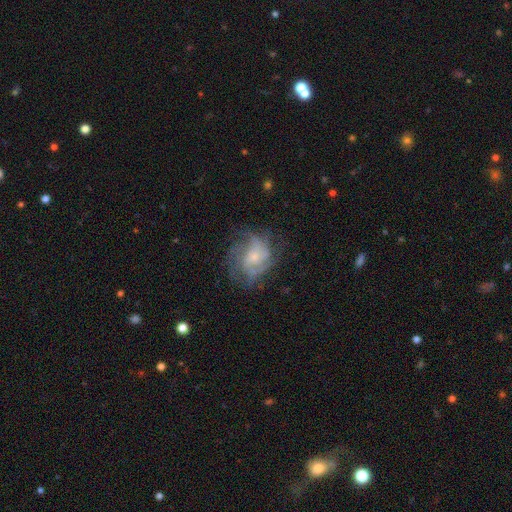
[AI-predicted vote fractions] Smooth or featured? featured or disk (75%)
Edge-on disk? no (97%)
Bar? no (72%)
Spiral arms? yes (89%)
Spiral winding? medium (43%)
Spiral arm count? can't tell (33%)
Bulge size? small (60%)
Merging? none (62%)